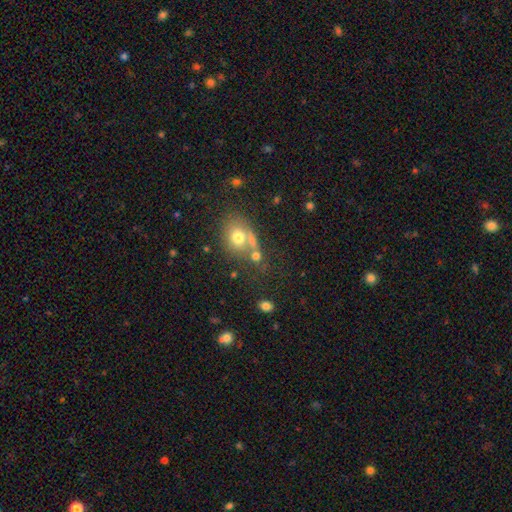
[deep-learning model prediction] smooth_or_featured: smooth (p=0.68) [alt: star or artifact p=0.16]
how_rounded: round (p=0.66) [alt: in between p=0.31]
merging: none (p=0.43) [alt: merger p=0.38]